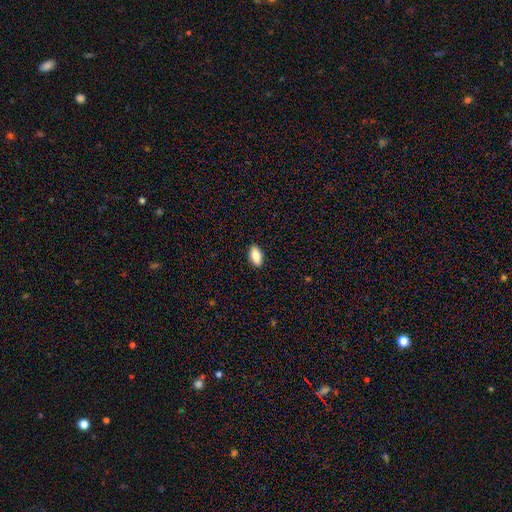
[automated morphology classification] This is clearly a smooth galaxy (83%). How rounded: clearly in between (92%). Merging: clearly none (90%).